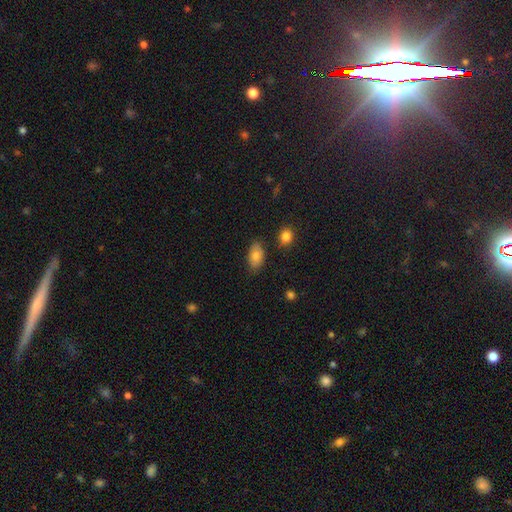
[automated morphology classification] The model was most divided on "merging": none: 76%, minor disturbance: 17%, major disturbance: 3%, merger: 3%. More confident: how rounded — in between (91%); smooth or featured — smooth (82%).